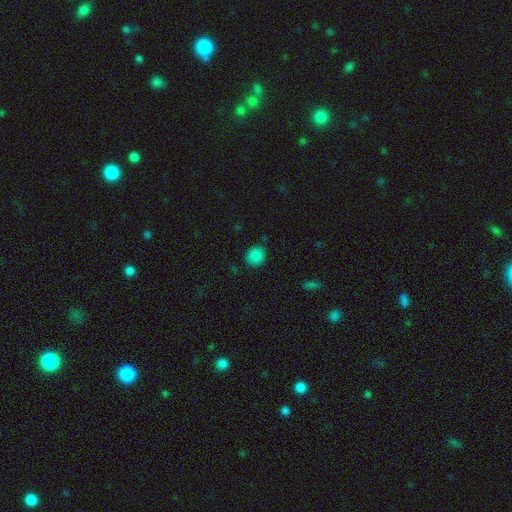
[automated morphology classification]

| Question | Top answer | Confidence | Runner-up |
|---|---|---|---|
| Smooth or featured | smooth | 85% | star or artifact (12%) |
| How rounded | round | 85% | in between (14%) |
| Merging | none | 86% | minor disturbance (10%) |